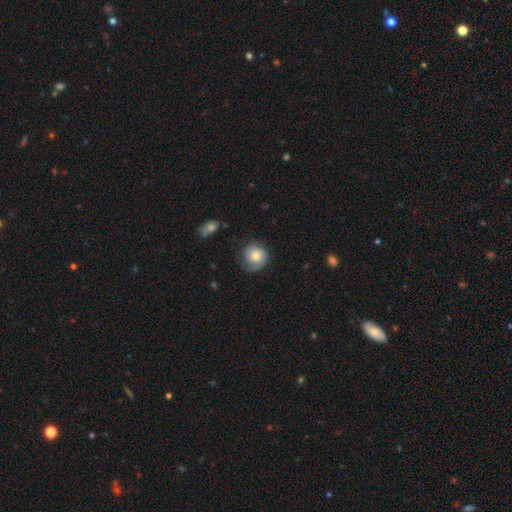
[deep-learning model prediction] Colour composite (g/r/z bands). It shows a smooth galaxy with no disk features (68%) that is round (89%). Merging: none (62%).